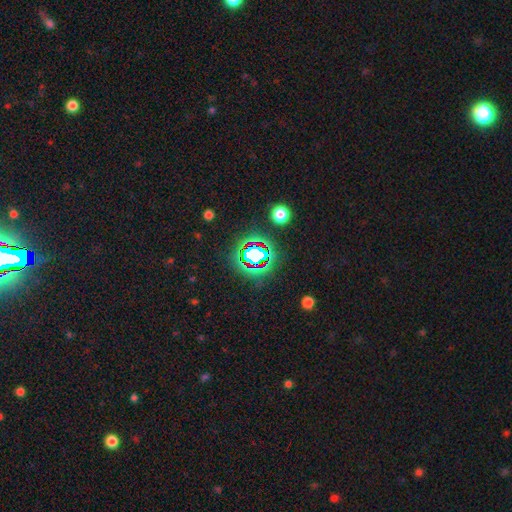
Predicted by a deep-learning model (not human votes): smooth_or_featured: star or artifact (p=0.69) [alt: smooth p=0.19]